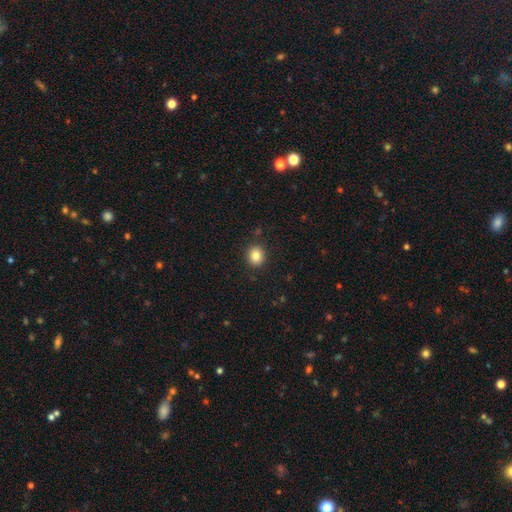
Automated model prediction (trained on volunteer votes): A smooth galaxy with no disk features (84%) that is round (76%).

Vote fractions:
- Smooth or featured? smooth: 84% / star or artifact: 10% / featured or disk: 6%
- How rounded? round: 76% / in between: 23% / cigar-shaped: 1%
- Merging? none: 89% / minor disturbance: 7% / major disturbance: 2% / merger: 1%